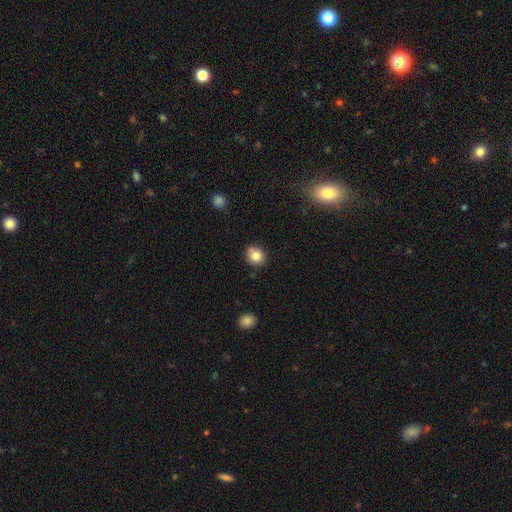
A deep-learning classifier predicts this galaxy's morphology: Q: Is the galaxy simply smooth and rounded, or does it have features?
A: smooth — 82%.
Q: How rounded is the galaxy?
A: round — 77%.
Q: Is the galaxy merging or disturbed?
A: none — 79%.